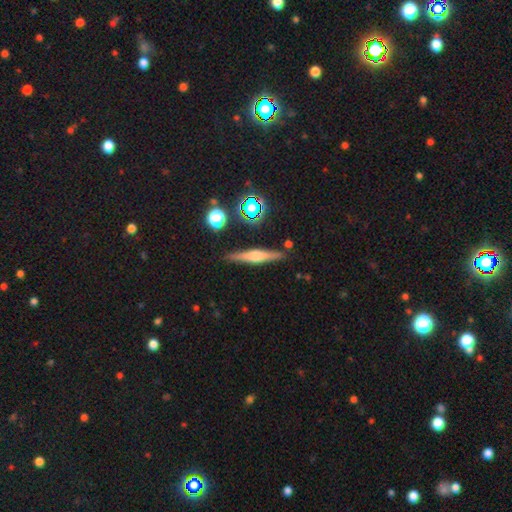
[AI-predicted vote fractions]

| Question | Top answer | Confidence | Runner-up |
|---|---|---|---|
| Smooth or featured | featured or disk | 62% | smooth (28%) |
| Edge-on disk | yes | 97% | no (3%) |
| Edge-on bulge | rounded | 80% | boxy (14%) |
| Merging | none | 88% | minor disturbance (8%) |